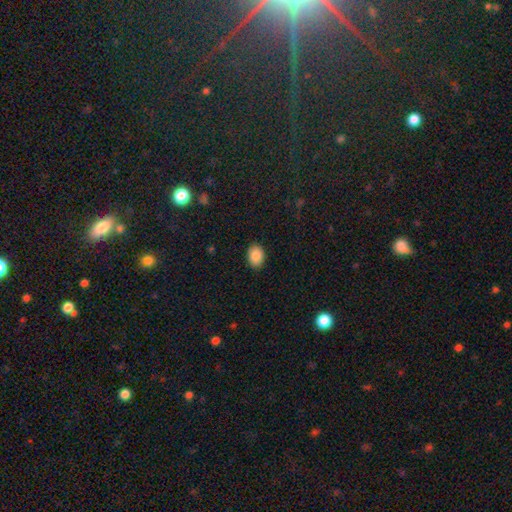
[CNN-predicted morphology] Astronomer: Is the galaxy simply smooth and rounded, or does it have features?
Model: smooth — 88%.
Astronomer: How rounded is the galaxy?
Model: in between — 70%.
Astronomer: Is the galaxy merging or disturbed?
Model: none — 88%.